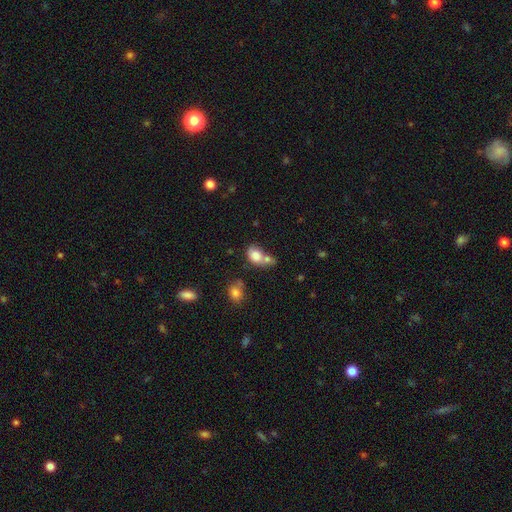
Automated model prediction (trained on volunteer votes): This appears to be a smooth galaxy with no disk features (79%) that is in between round and cigar-shaped (70%). Merging: merger (51%).